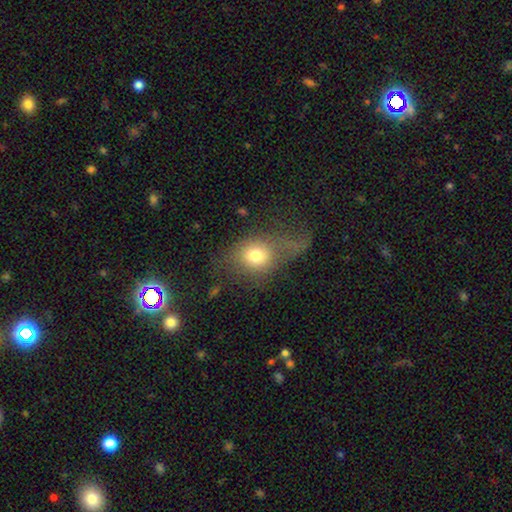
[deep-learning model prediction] smooth 71%, featured or disk 18%, star or artifact 11%. Down the decision tree: how rounded — round (54%); merging — major disturbance (46%).